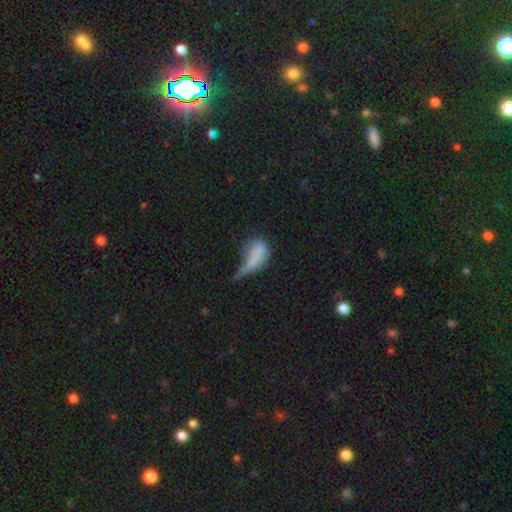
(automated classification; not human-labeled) Smooth or featured? smooth (62%)
How rounded? in between (74%)
Merging? major disturbance (49%)